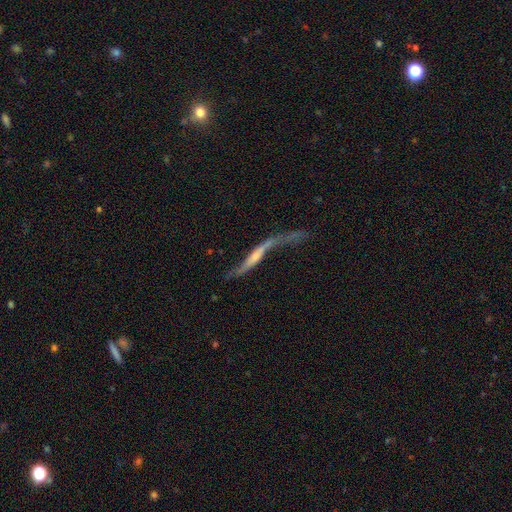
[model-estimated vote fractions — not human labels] Overall: featured or disk (77%). Edge-on disk: no (50%, tied with yes). Merging: major disturbance (35%; none 34%).